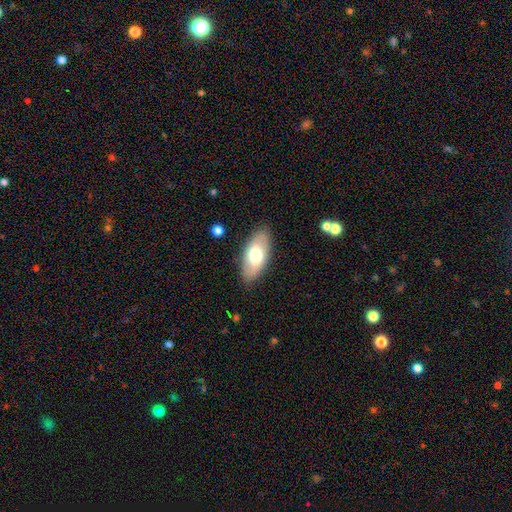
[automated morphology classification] Smooth or featured? Predicted: smooth (p=0.65). How rounded? Predicted: in between (p=0.90). Merging? Predicted: none (p=0.86).